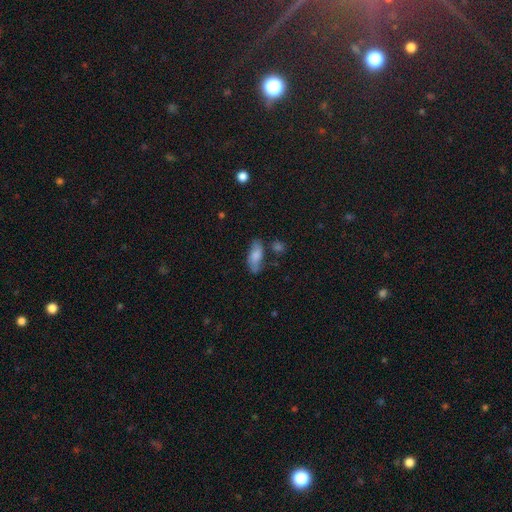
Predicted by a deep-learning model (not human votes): A smooth galaxy with no disk features (69%) that is in between round and cigar-shaped (78%). Merging: none (60%).